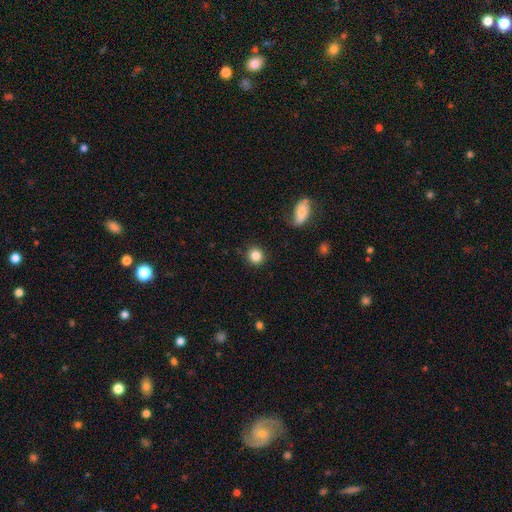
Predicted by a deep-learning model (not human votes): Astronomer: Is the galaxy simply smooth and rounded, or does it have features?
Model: smooth — 85%.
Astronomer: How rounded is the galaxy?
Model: round — 90%.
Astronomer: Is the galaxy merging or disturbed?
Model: none — 89%.